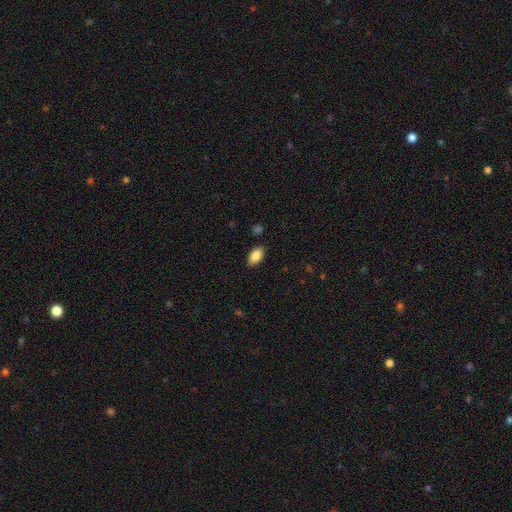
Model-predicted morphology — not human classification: Smooth or featured? smooth (86%)
How rounded? in between (92%)
Merging? none (86%)